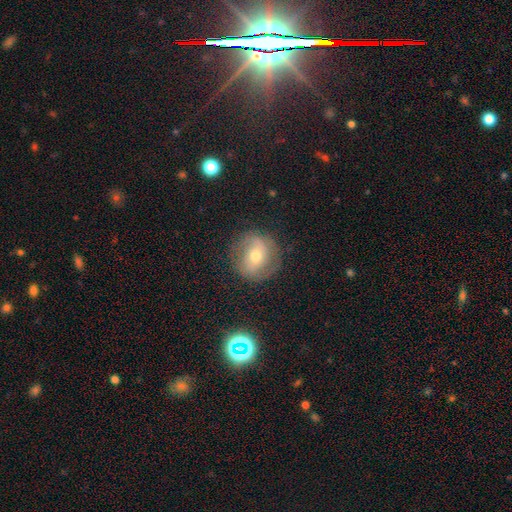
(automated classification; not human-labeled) Q: Smooth or featured?
A: featured or disk (54%); runner-up: smooth (35%)
Q: Edge-on disk?
A: no (95%); runner-up: yes (5%)
Q: Bar?
A: no (39%); runner-up: weak (37%)
Q: Spiral arms?
A: yes (71%); runner-up: no (29%)
Q: Bulge size?
A: moderate (63%); runner-up: small (31%)
Q: Merging?
A: none (79%); runner-up: minor disturbance (13%)